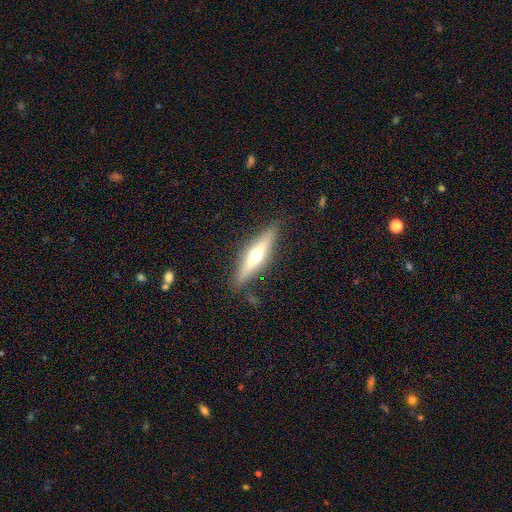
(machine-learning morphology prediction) This appears to be a featured or disk galaxy (58%) viewed edge-on (92%) with a rounded central bulge (92%). Merging: none (87%).